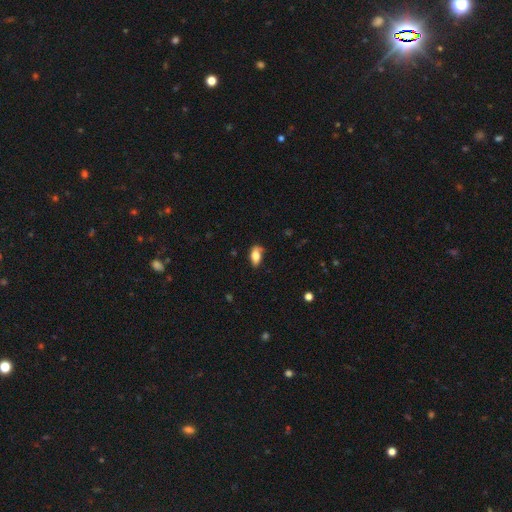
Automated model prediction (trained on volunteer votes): Morphology: type=smooth (71%); roundness=in between (88%); merging=none (57%).